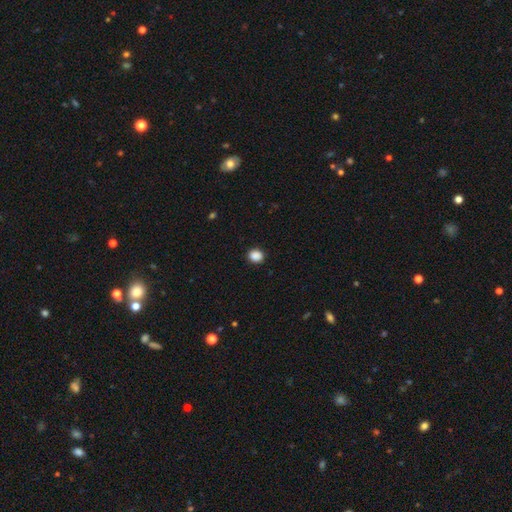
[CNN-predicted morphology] smooth_or_featured: smooth (p=0.88) [alt: star or artifact p=0.09]
how_rounded: round (p=0.71) [alt: in between p=0.28]
merging: none (p=0.90) [alt: minor disturbance p=0.07]